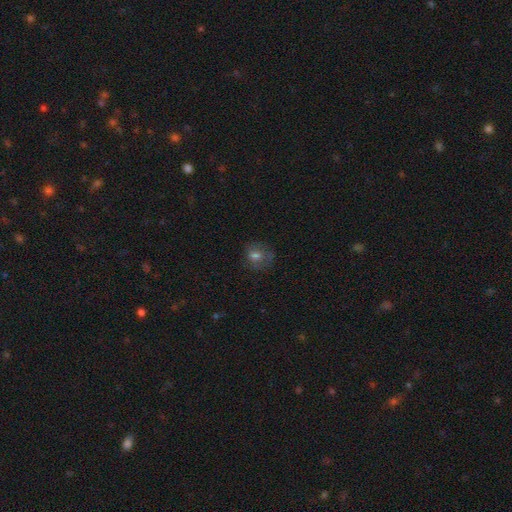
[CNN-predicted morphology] This is likely a smooth galaxy (63%). How rounded: likely round (65%). Merging: likely none (66%).